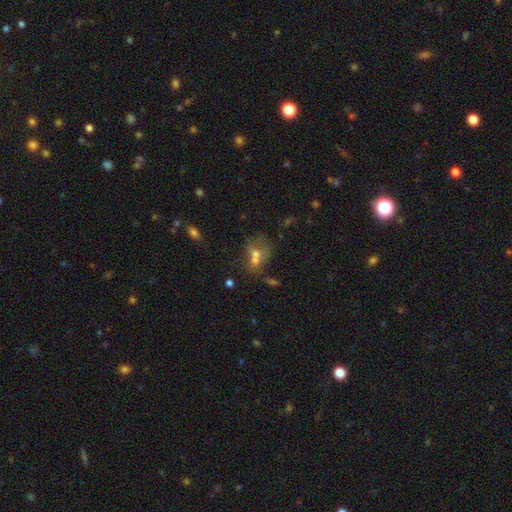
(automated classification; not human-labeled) A smooth galaxy with no disk features (54%) that is round (51%). Merging: merger (53%).